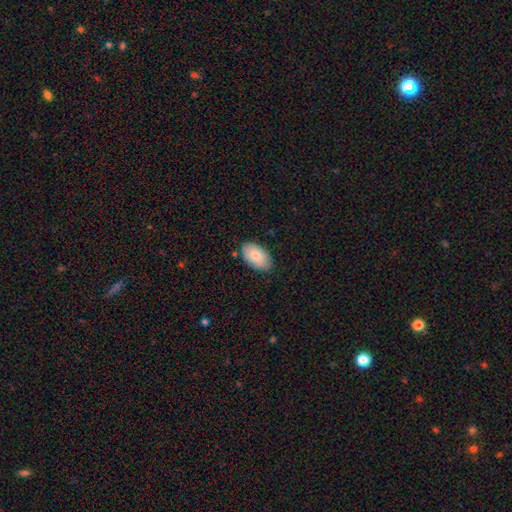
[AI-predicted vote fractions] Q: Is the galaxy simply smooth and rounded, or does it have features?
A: smooth — 82%.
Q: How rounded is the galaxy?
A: in between — 95%.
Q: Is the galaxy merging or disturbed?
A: none — 83%.